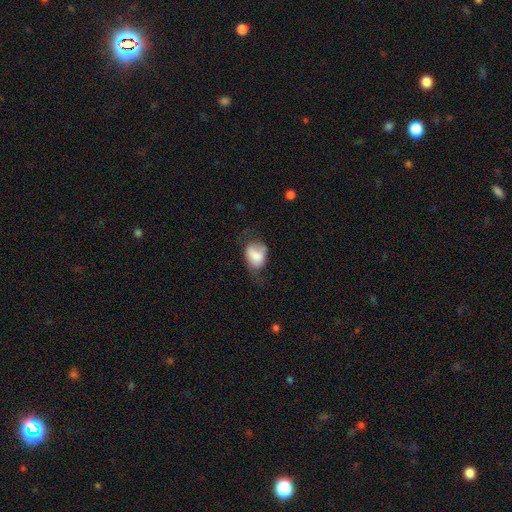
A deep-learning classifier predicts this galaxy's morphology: smooth_or_featured: smooth (p=0.75) [alt: featured or disk p=0.17]
how_rounded: in between (p=0.68) [alt: round p=0.31]
merging: minor disturbance (p=0.37) [alt: none p=0.36]